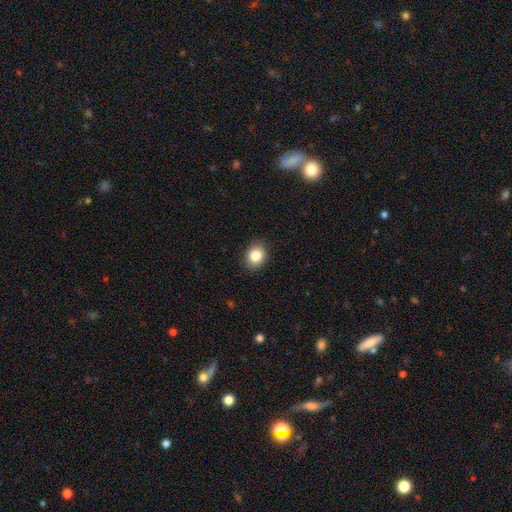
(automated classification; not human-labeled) smooth 84%, star or artifact 10%, featured or disk 7%. Down the decision tree: how rounded — round (53%); merging — none (89%).